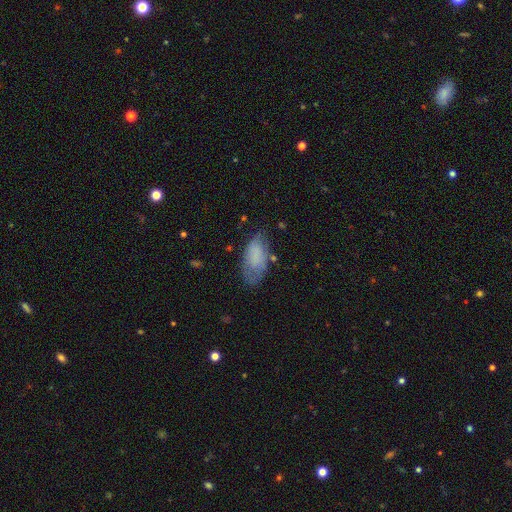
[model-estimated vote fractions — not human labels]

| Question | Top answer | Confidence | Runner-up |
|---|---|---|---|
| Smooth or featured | smooth | 70% | featured or disk (21%) |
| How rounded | in between | 93% | cigar-shaped (5%) |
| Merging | none | 55% | minor disturbance (30%) |